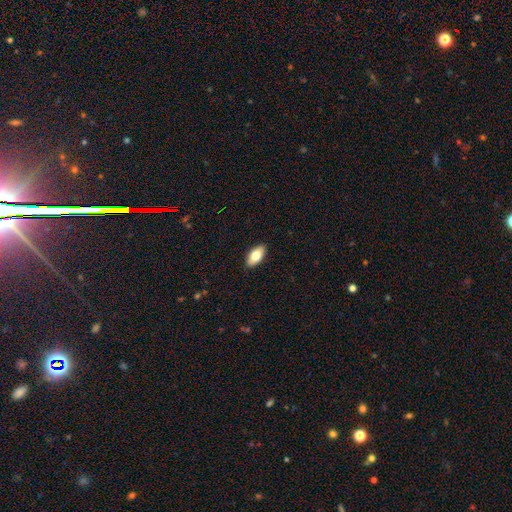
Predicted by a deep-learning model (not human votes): The model was most divided on "smooth or featured": smooth: 75%, featured or disk: 18%, star or artifact: 6%. More confident: how rounded — in between (91%); merging — none (90%).